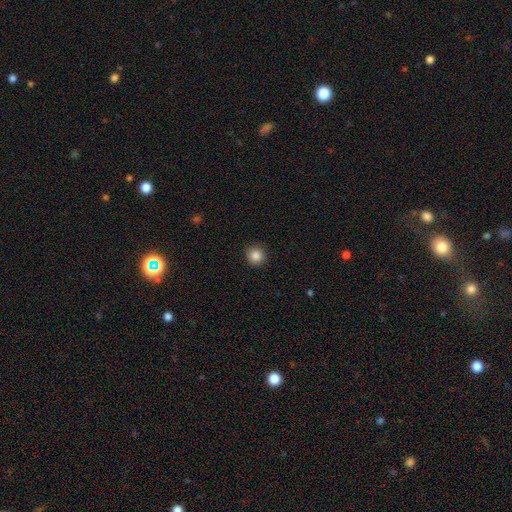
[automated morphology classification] Smooth or featured?
  - smooth: 86% *
  - star or artifact: 10%
  - featured or disk: 4%
How rounded?
  - round: 94% *
  - in between: 5%
  - cigar-shaped: 1%
Merging?
  - none: 93% *
  - minor disturbance: 5%
  - major disturbance: 2%
  - merger: 1%